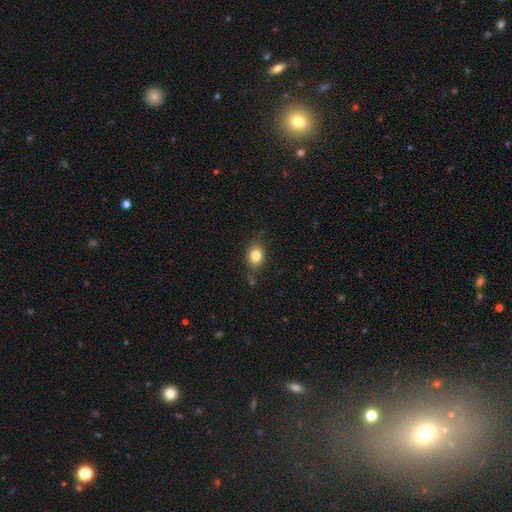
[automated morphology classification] Q: Smooth or featured?
A: smooth (82%); runner-up: star or artifact (10%)
Q: How rounded?
A: in between (61%); runner-up: round (37%)
Q: Merging?
A: none (76%); runner-up: minor disturbance (17%)